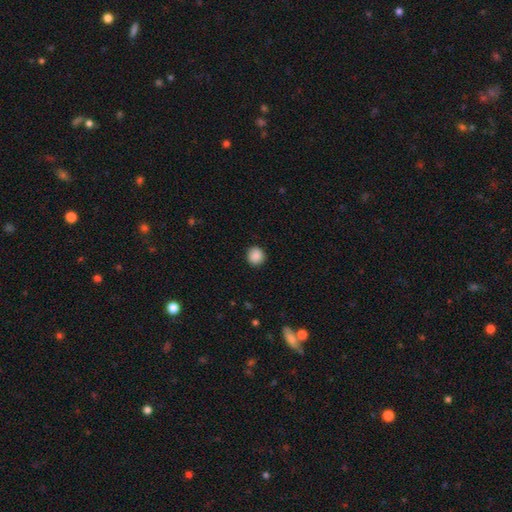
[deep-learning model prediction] Morphology: type=smooth (89%); roundness=round (92%); merging=none (91%).